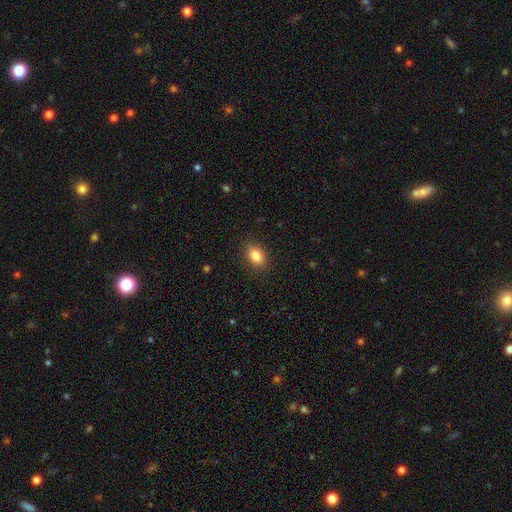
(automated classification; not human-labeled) This is clearly a smooth galaxy (84%). How rounded: likely in between (73%). Merging: clearly none (87%).